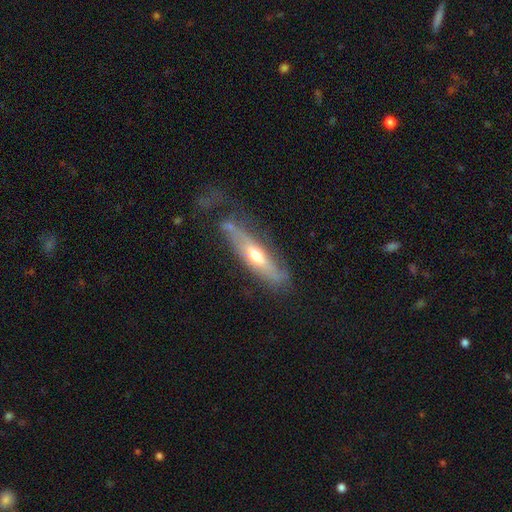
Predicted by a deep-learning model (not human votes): This appears to be a featured or disk galaxy (53%) viewed edge-on (61%). Merging: none (60%).